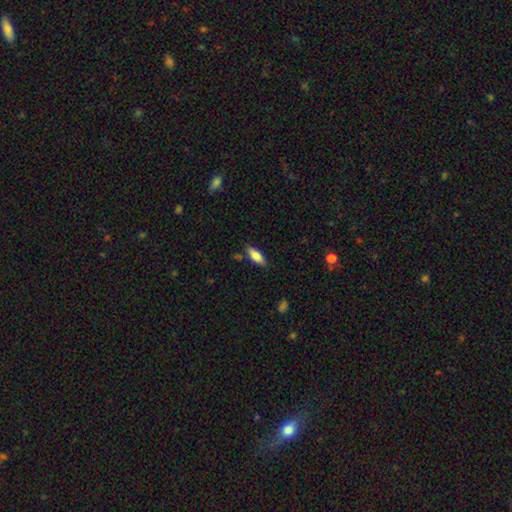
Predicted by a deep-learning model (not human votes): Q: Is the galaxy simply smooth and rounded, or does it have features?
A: smooth — 80%.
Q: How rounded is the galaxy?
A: in between — 72%.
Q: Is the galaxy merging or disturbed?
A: none — 81%.